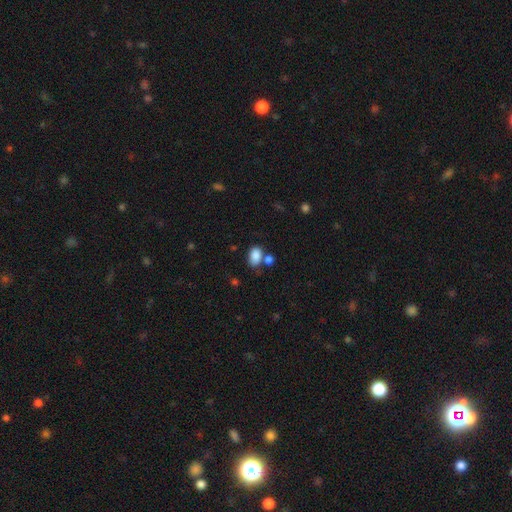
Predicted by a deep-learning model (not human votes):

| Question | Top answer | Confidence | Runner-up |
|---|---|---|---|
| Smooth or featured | smooth | 85% | star or artifact (9%) |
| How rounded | in between | 83% | round (16%) |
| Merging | none | 55% | merger (25%) |